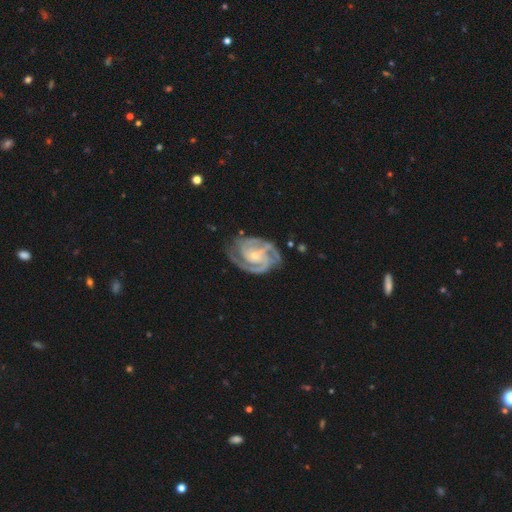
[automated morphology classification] A featured or disk galaxy (93%) with no bar (60%), 3 (48%) tight (62%) spiral arms (99%) and a small central bulge (69%). Merging: none (71%).